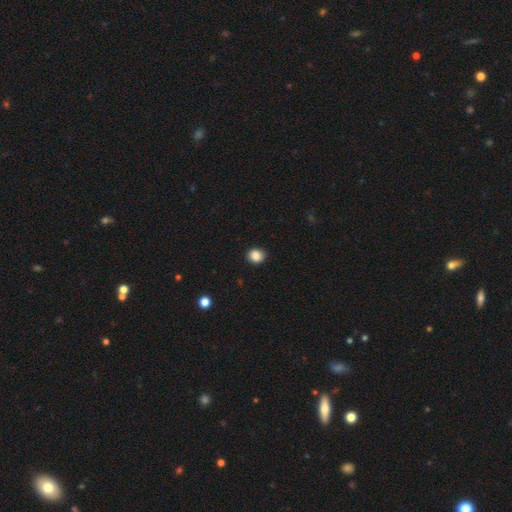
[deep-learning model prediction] Smooth or featured? smooth (87%)
How rounded? round (74%)
Merging? none (90%)